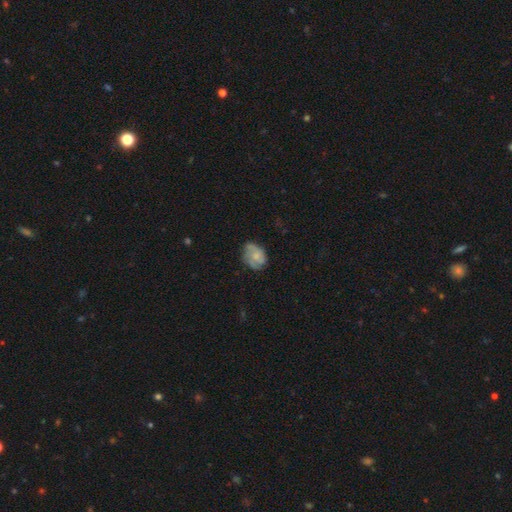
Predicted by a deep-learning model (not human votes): smooth-or-featured: featured or disk: 48% | smooth: 44% | star or artifact: 8%
  merging: none: 61% | minor disturbance: 26% | major disturbance: 11% | merger: 2%